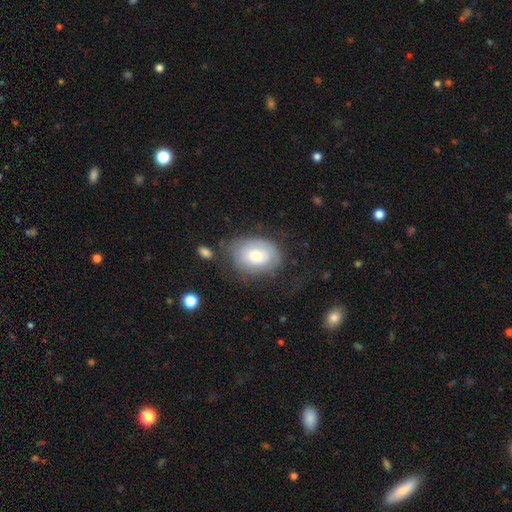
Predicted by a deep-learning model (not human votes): A smooth galaxy with no disk features (56%) that is in between round and cigar-shaped (72%).

Vote fractions:
- Smooth or featured? smooth: 56% / featured or disk: 37% / star or artifact: 8%
- How rounded? in between: 72% / round: 27% / cigar-shaped: 1%
- Merging? none: 59% / minor disturbance: 25% / major disturbance: 13% / merger: 3%